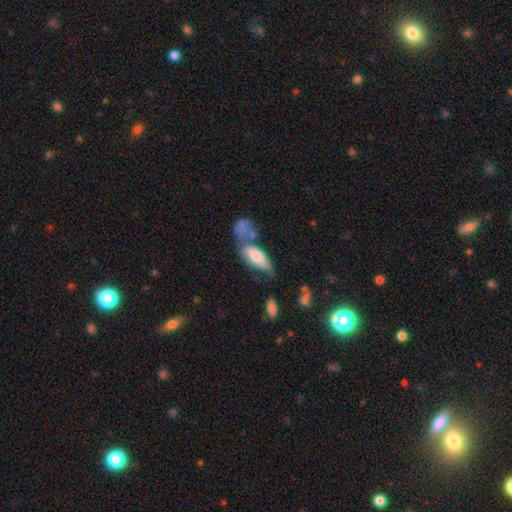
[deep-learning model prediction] smooth_or_featured: smooth (p=0.69) [alt: featured or disk p=0.23]
how_rounded: in between (p=0.82) [alt: cigar-shaped p=0.16]
merging: merger (p=0.39) [alt: none p=0.23]